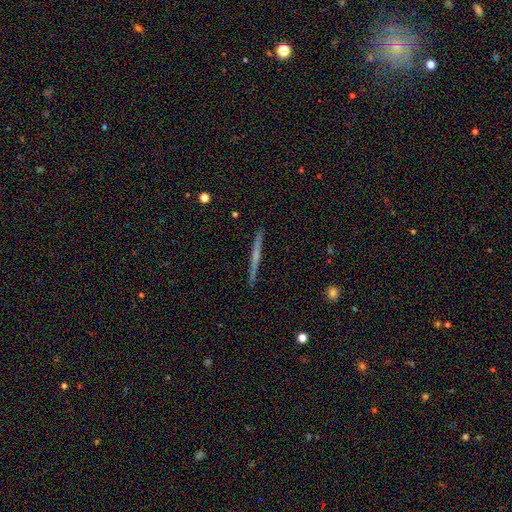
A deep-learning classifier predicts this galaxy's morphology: Smooth or featured? featured or disk (64%)
Edge-on disk? yes (98%)
Edge-on bulge? none (59%)
Merging? none (92%)